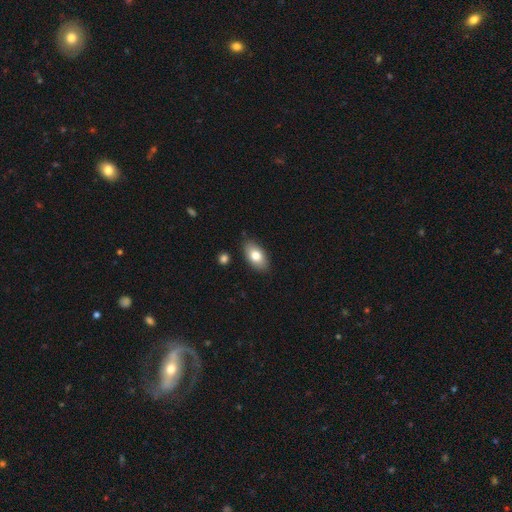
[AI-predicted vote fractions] smooth 77%, featured or disk 16%, star or artifact 7%. Down the decision tree: how rounded — in between (92%); merging — none (85%).